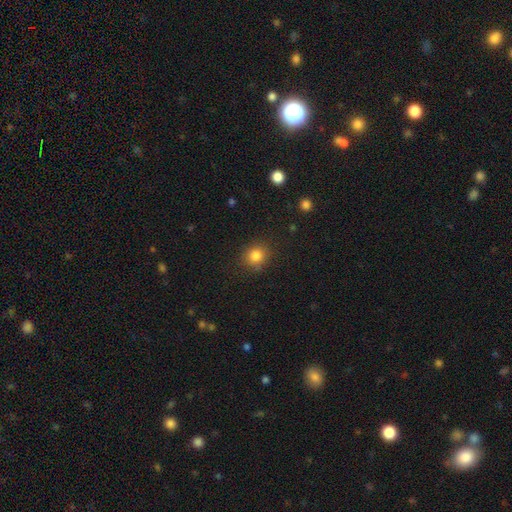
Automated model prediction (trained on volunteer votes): smooth-or-featured: smooth: 83% | star or artifact: 12% | featured or disk: 5%
  how-rounded: round: 83% | in between: 16% | cigar-shaped: 1%
  merging: none: 85% | minor disturbance: 10% | major disturbance: 3% | merger: 2%